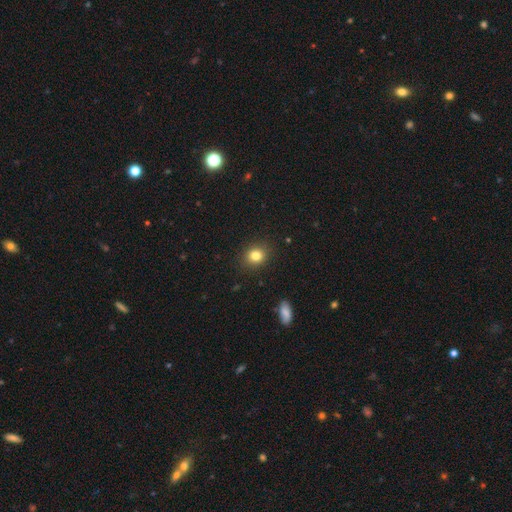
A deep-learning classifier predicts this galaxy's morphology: The model was most divided on "how rounded": round: 70%, in between: 29%, cigar-shaped: 1%. More confident: merging — none (89%); smooth or featured — smooth (83%).